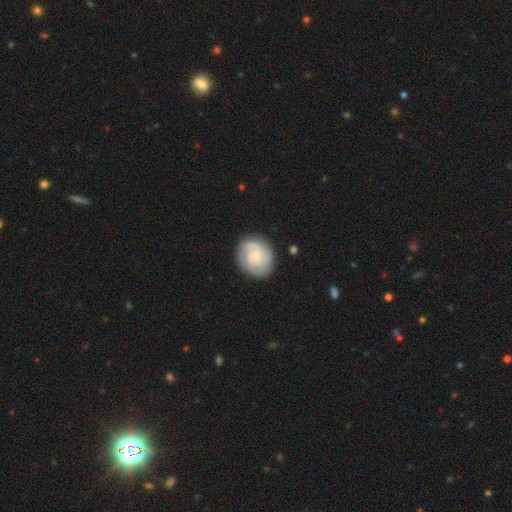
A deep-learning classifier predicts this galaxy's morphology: A featured or disk galaxy (73%) with no bar (68%), 2 (42%) tight (52%) spiral arms (95%) and a small central bulge (66%).

Vote fractions:
- Smooth or featured? featured or disk: 73% / smooth: 22% / star or artifact: 6%
- Edge-on disk? no: 98% / yes: 2%
- Bar? no: 68% / weak: 28% / strong: 4%
- Spiral arms? yes: 95% / no: 5%
- Spiral winding? tight: 52% / medium: 37% / loose: 11%
- Spiral arm count? 2: 42% / 3: 26% / can't tell: 18% / 1: 6% / 4: 4% / more than 4: 4%
- Bulge size? small: 66% / moderate: 19% / none: 11% / large: 2% / dominant: 1%
- Merging? none: 80% / minor disturbance: 14% / major disturbance: 5% / merger: 1%